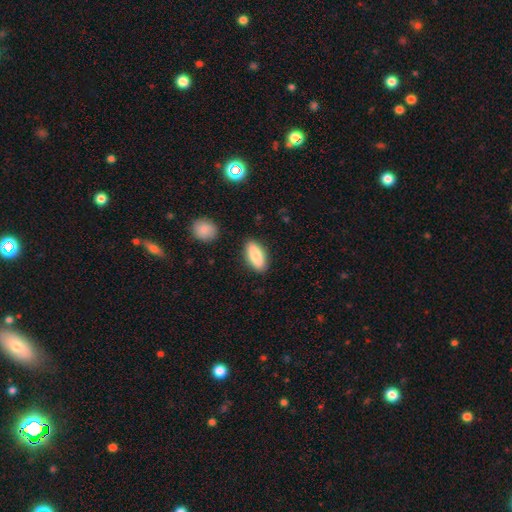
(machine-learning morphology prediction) This appears to be a smooth galaxy with no disk features (85%) that is in between round and cigar-shaped (83%). Merging: none (86%).